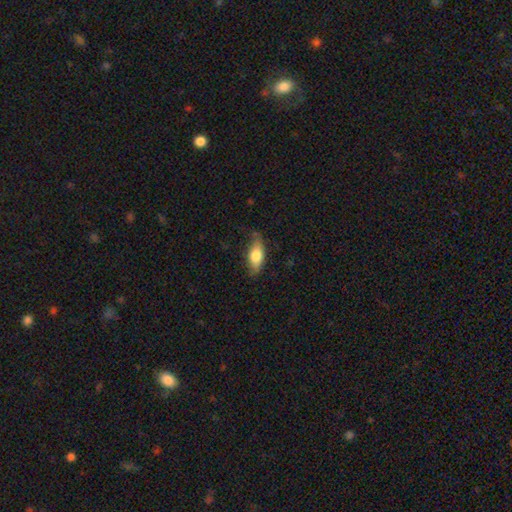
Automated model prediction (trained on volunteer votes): Smooth or featured: smooth — 75% (featured or disk — 19%)
How rounded: in between — 81% (cigar-shaped — 15%)
Merging: none — 67% (minor disturbance — 25%)